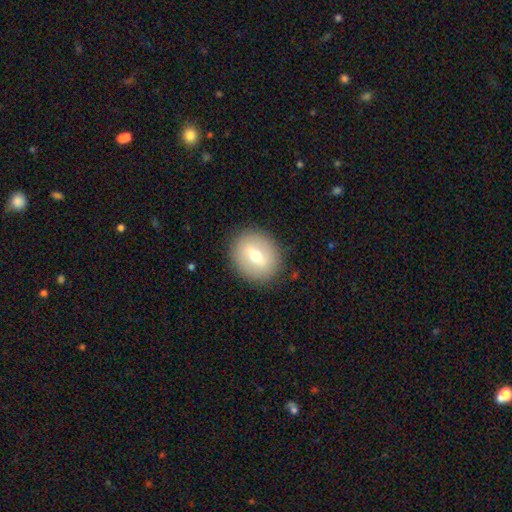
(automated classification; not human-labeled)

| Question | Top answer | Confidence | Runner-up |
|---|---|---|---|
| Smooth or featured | smooth | 52% | featured or disk (40%) |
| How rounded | round | 67% | in between (32%) |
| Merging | none | 88% | minor disturbance (8%) |